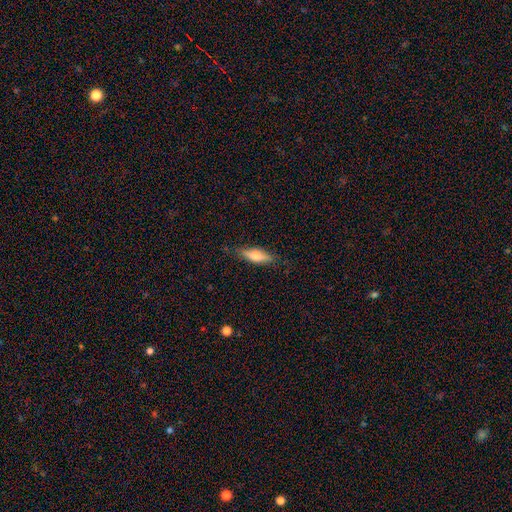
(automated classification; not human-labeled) Overall: smooth (65%; featured or disk 29%). How rounded: in between (52%; cigar-shaped 45%). Merging: none (81%).